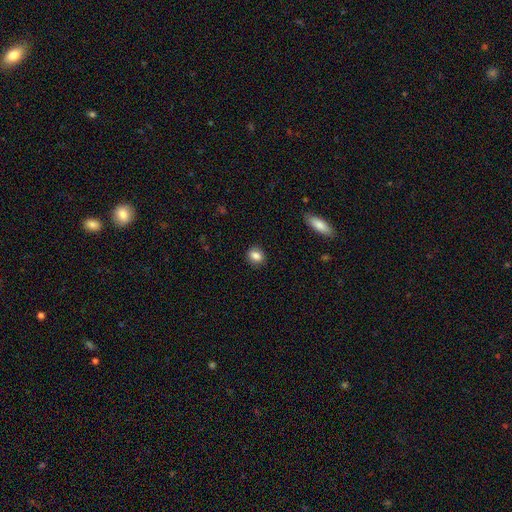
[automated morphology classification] The model was most divided on "how rounded": round: 59%, in between: 40%, cigar-shaped: 1%. More confident: merging — none (88%); smooth or featured — smooth (84%).